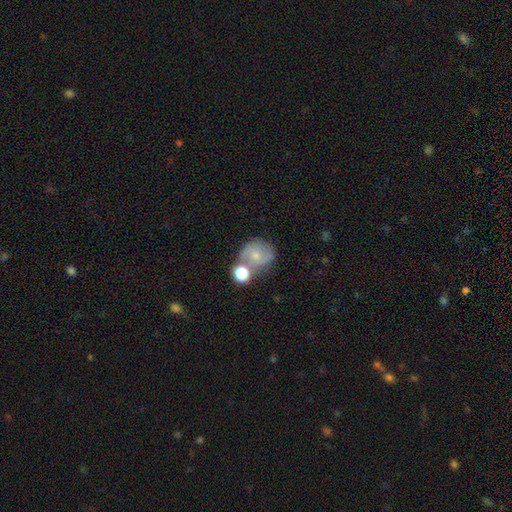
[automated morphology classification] The model was most divided on "smooth or featured": smooth: 50%, featured or disk: 40%, star or artifact: 10%. Remaining: merging — none (47%).